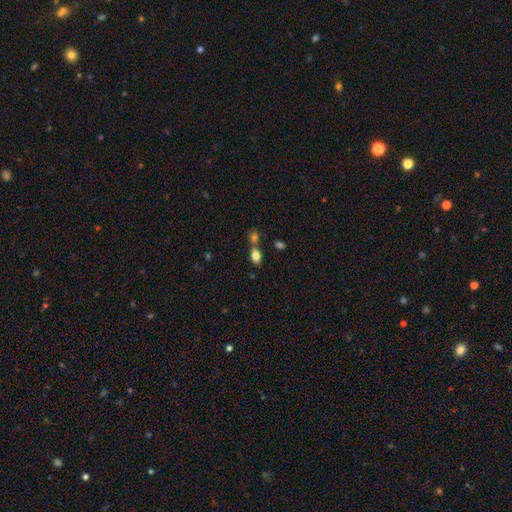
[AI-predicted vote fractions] smooth_or_featured: smooth (p=0.79) [alt: star or artifact p=0.11]
how_rounded: in between (p=0.80) [alt: round p=0.16]
merging: none (p=0.52) [alt: merger p=0.32]